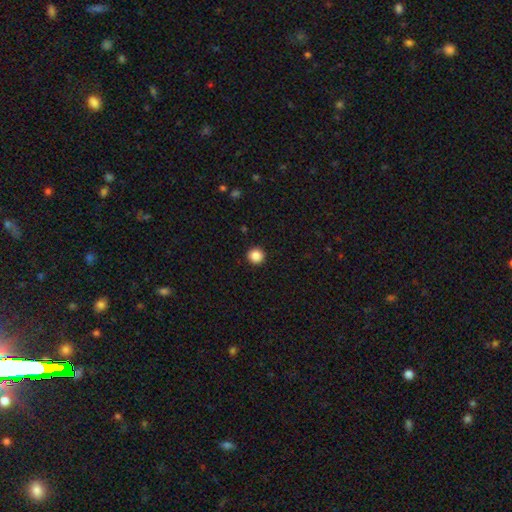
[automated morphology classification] smooth 87%, star or artifact 10%, featured or disk 3%. Down the decision tree: how rounded — round (95%); merging — none (93%).